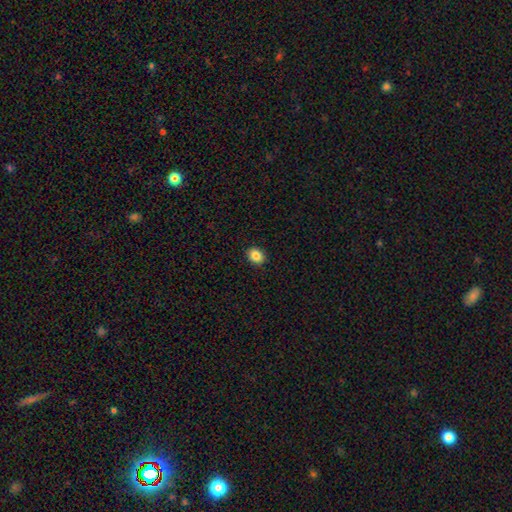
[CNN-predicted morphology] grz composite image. It shows a smooth galaxy with no disk features (85%) that is in between round and cigar-shaped (54%). Merging: none (91%).